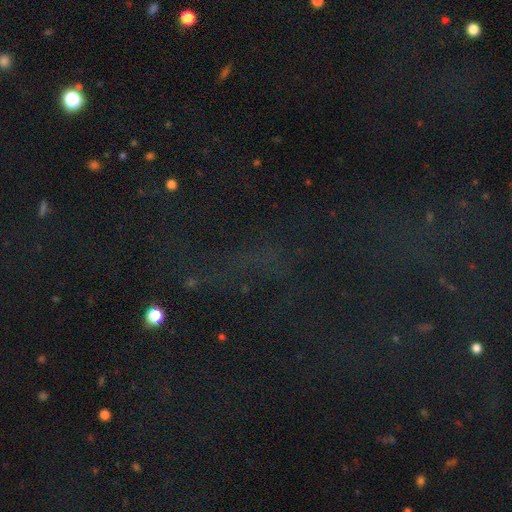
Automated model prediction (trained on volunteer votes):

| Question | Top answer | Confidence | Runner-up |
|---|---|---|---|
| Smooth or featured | star or artifact | 72% | smooth (17%) |